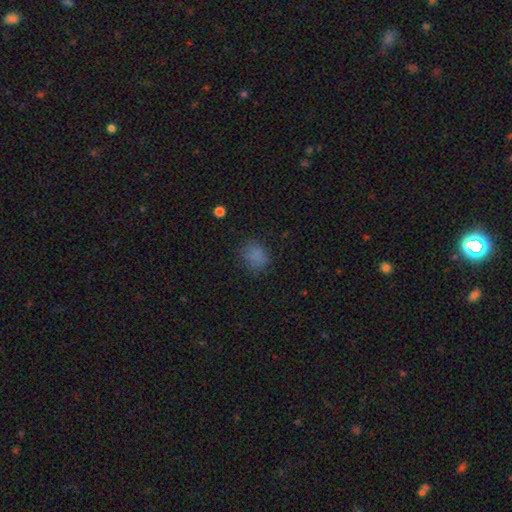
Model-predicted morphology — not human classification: A smooth galaxy with no disk features (78%) that is round (56%).

Vote fractions:
- Smooth or featured? smooth: 78% / star or artifact: 16% / featured or disk: 6%
- How rounded? round: 56% / in between: 43% / cigar-shaped: 1%
- Merging? none: 77% / minor disturbance: 16% / major disturbance: 6% / merger: 1%